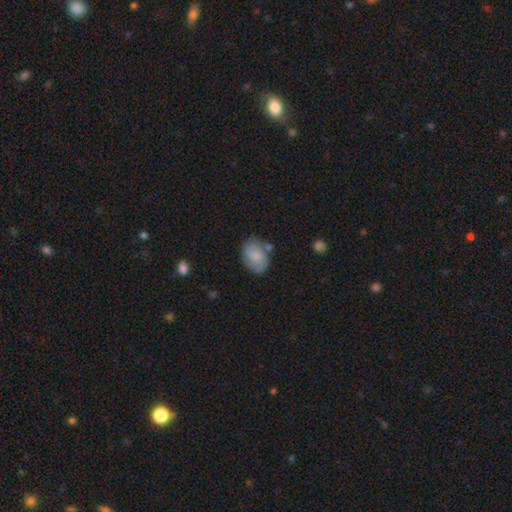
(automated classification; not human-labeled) The model was most divided on "smooth or featured": smooth: 67%, featured or disk: 26%, star or artifact: 7%. More confident: how rounded — in between (78%); merging — none (66%).